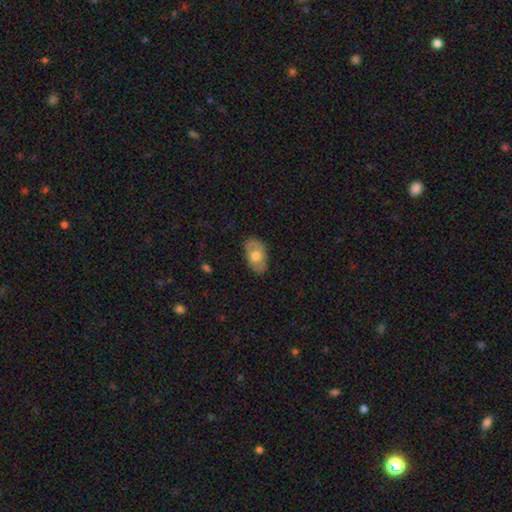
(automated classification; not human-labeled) smooth-or-featured: smooth: 62% | featured or disk: 32% | star or artifact: 6%
  how-rounded: in between: 91% | round: 8% | cigar-shaped: 1%
  merging: none: 80% | minor disturbance: 15% | major disturbance: 3% | merger: 1%